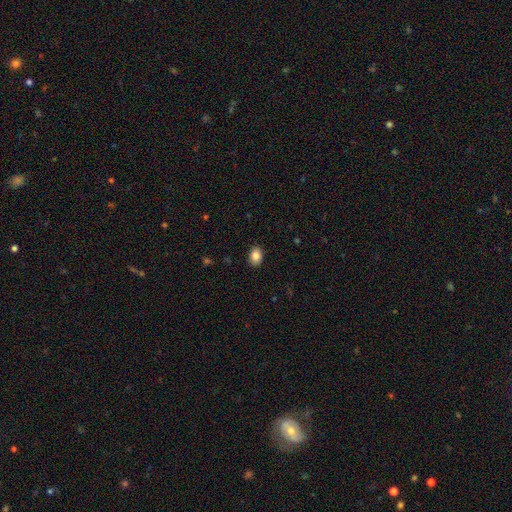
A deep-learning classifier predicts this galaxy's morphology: Smooth or featured?
  - smooth: 87% *
  - star or artifact: 9%
  - featured or disk: 5%
How rounded?
  - in between: 74% *
  - round: 25%
  - cigar-shaped: 1%
Merging?
  - none: 89% *
  - minor disturbance: 8%
  - major disturbance: 2%
  - merger: 1%